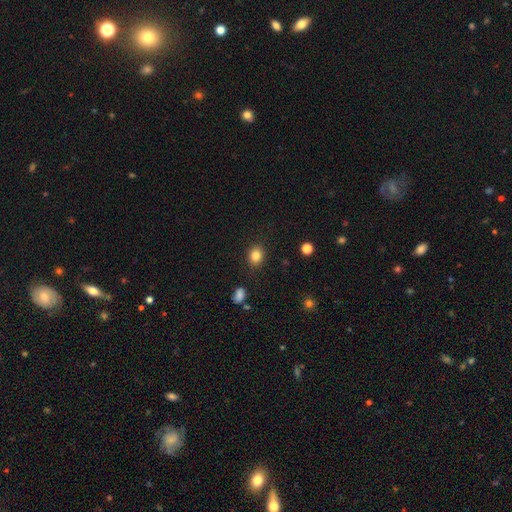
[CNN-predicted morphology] Q: Smooth or featured?
A: smooth (84%); runner-up: star or artifact (11%)
Q: How rounded?
A: round (58%); runner-up: in between (41%)
Q: Merging?
A: none (87%); runner-up: minor disturbance (9%)